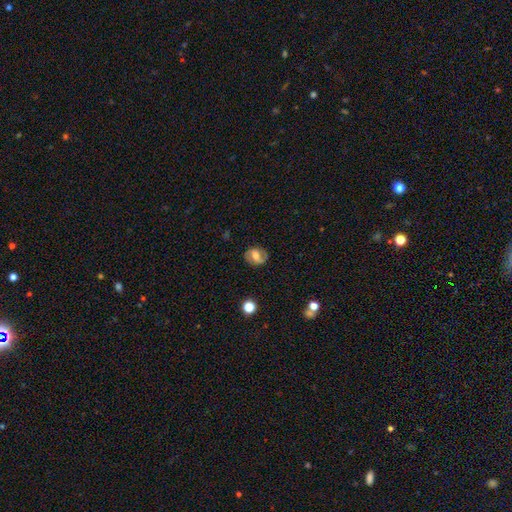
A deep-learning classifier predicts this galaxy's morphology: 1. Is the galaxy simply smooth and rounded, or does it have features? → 63% featured or disk, 29% smooth, 8% star or artifact.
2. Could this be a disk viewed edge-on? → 97% no, 3% yes.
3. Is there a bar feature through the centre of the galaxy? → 45% weak, 28% no, 27% strong.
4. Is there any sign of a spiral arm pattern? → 82% yes, 18% no.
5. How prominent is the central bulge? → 65% moderate, 18% small, 13% large, 3% none, 2% dominant.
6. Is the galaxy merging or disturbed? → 83% none, 12% minor disturbance, 4% major disturbance, 1% merger.